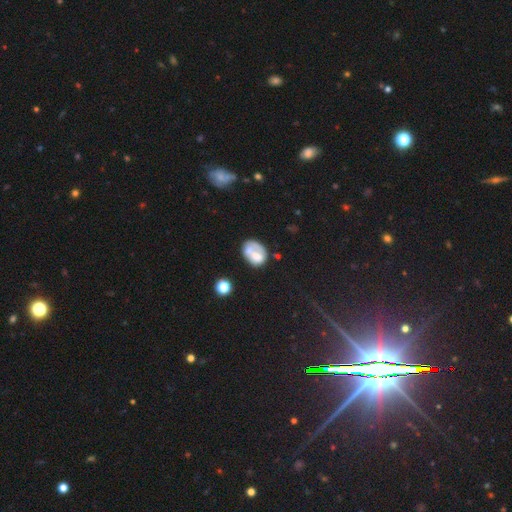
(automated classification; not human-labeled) The model was most divided on "merging": none: 35%, minor disturbance: 23%, merger: 23%, major disturbance: 18%. More confident: how rounded — in between (65%); smooth or featured — smooth (53%).